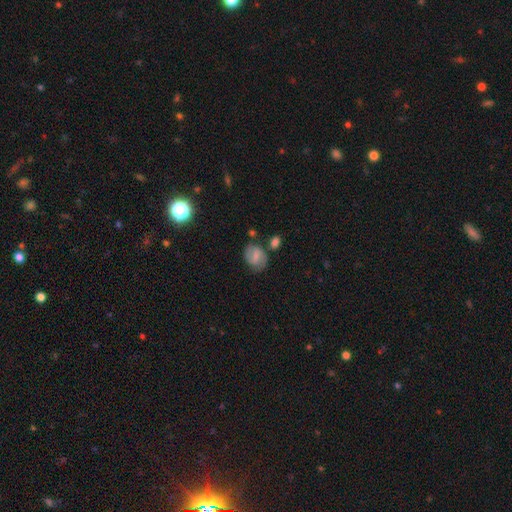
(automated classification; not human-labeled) Q: Smooth or featured?
A: smooth (53%); runner-up: featured or disk (38%)
Q: How rounded?
A: in between (57%); runner-up: round (41%)
Q: Merging?
A: none (66%); runner-up: minor disturbance (19%)